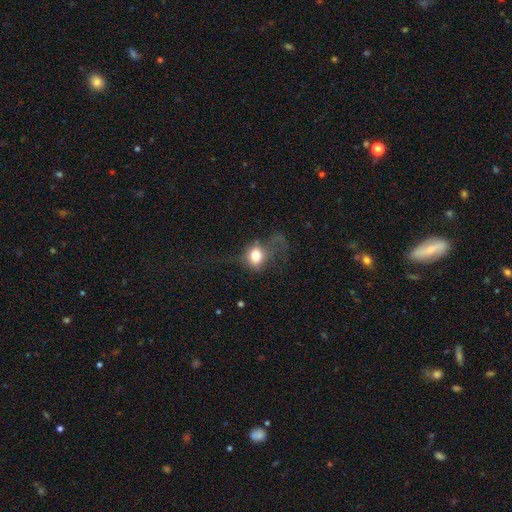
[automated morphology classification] Q: Smooth or featured?
A: smooth (66%); runner-up: featured or disk (23%)
Q: How rounded?
A: round (58%); runner-up: in between (40%)
Q: Merging?
A: major disturbance (41%); runner-up: none (36%)